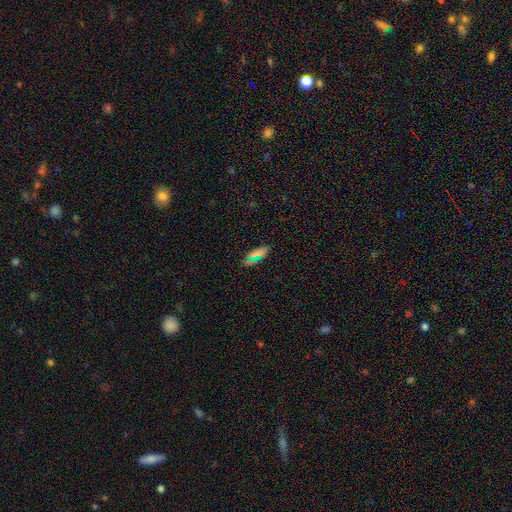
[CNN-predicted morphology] This is likely a smooth galaxy (69%). How rounded: likely in between (71%). Merging: clearly none (82%).